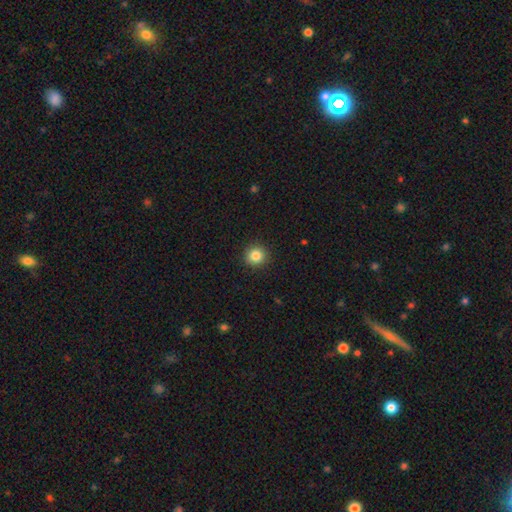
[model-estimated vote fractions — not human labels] Smooth or featured? smooth (84%)
How rounded? round (93%)
Merging? none (92%)